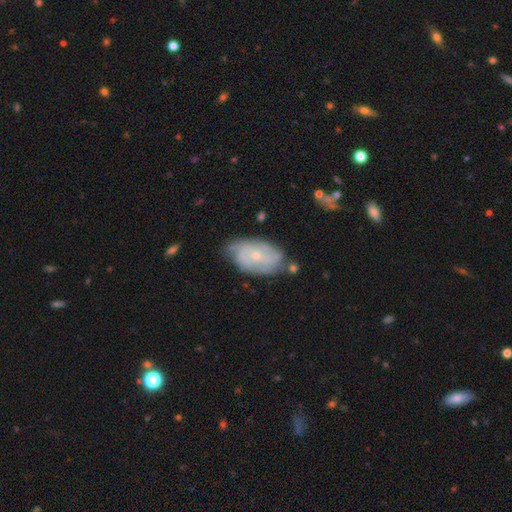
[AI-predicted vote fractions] A featured or disk galaxy (70%) with no bar (65%), tight (54%) spiral arms (86%) and a small central bulge (63%). Merging: none (65%).